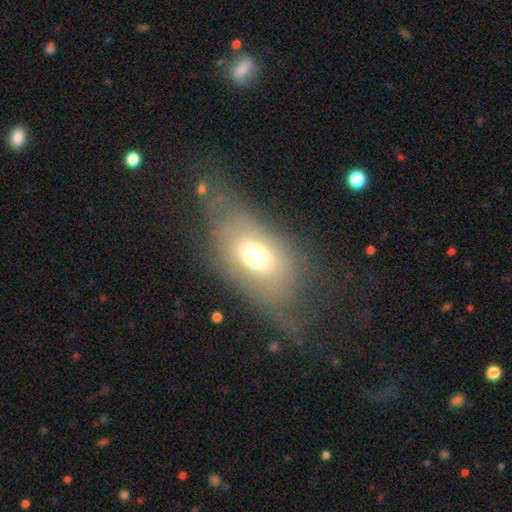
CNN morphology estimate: The model was most divided on "merging": none: 47%, major disturbance: 28%, minor disturbance: 22%, merger: 3%. More confident: how rounded — in between (77%); smooth or featured — smooth (61%).